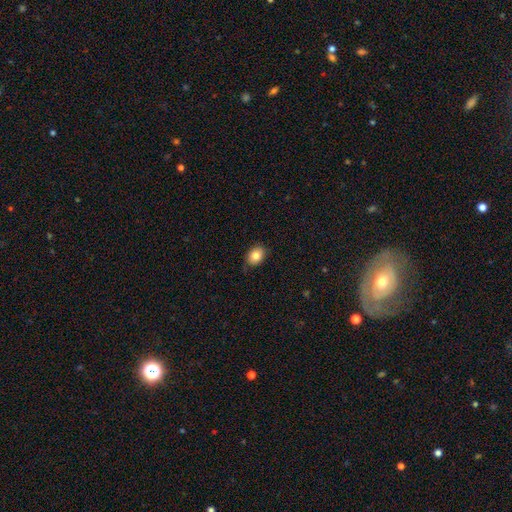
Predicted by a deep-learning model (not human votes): smooth_or_featured: smooth (p=0.84) [alt: star or artifact p=0.09]
how_rounded: in between (p=0.67) [alt: round p=0.32]
merging: none (p=0.81) [alt: minor disturbance p=0.15]